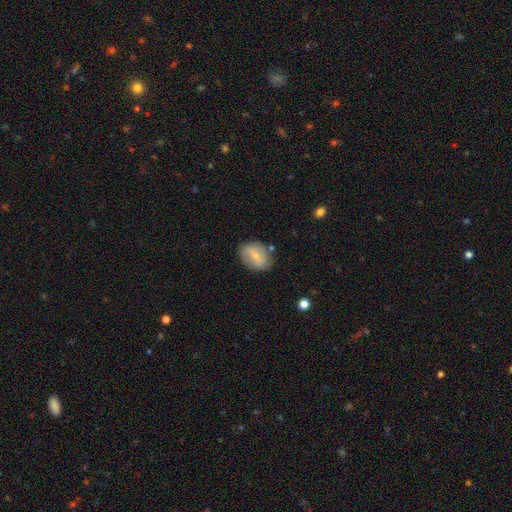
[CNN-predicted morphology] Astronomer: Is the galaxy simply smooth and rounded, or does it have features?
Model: smooth — 52% (runner-up: featured or disk, 41%).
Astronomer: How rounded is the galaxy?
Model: in between — 61% (runner-up: round, 37%).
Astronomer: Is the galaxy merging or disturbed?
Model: none — 72%.